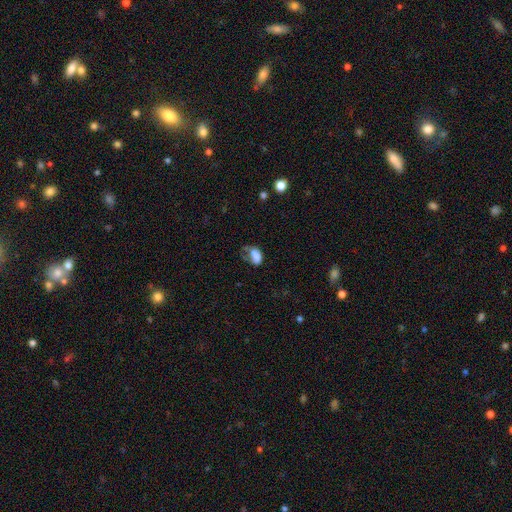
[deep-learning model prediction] Overall: smooth (74%). How rounded: in between (87%). Merging: major disturbance (34%; none 28%).